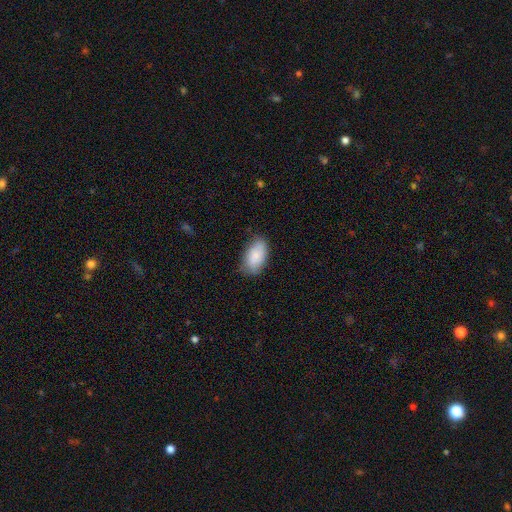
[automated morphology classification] A smooth galaxy with no disk features (81%) that is in between round and cigar-shaped (94%).

Vote fractions:
- Smooth or featured? smooth: 81% / featured or disk: 13% / star or artifact: 6%
- How rounded? in between: 94% / round: 4% / cigar-shaped: 2%
- Merging? none: 75% / minor disturbance: 20% / major disturbance: 4% / merger: 1%